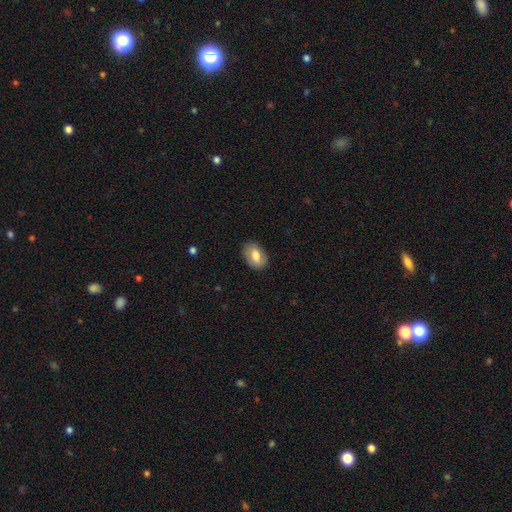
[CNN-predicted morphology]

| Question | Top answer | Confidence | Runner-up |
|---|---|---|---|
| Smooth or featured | smooth | 74% | featured or disk (19%) |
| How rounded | in between | 88% | round (11%) |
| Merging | none | 82% | minor disturbance (14%) |